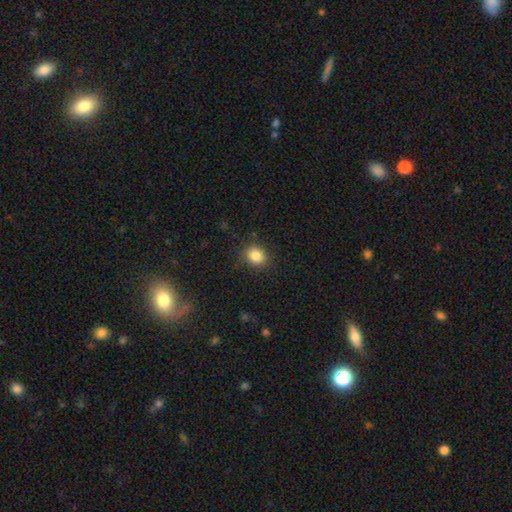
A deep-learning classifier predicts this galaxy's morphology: A smooth galaxy with no disk features (85%) that is round (67%). Merging: none (86%).